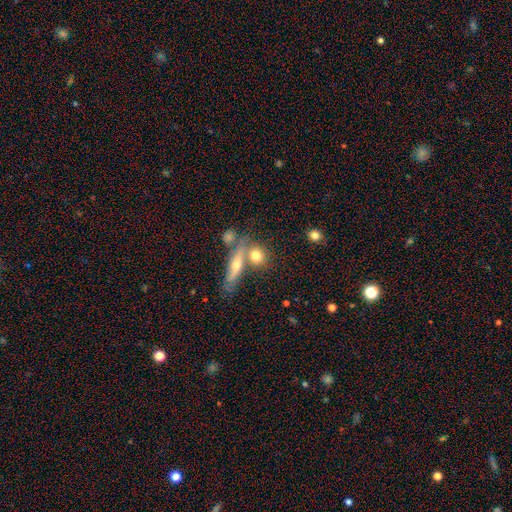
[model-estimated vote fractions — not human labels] smooth_or_featured: smooth (p=0.69) [alt: featured or disk p=0.22]
how_rounded: round (p=0.59) [alt: in between p=0.27]
merging: none (p=0.54) [alt: merger p=0.32]